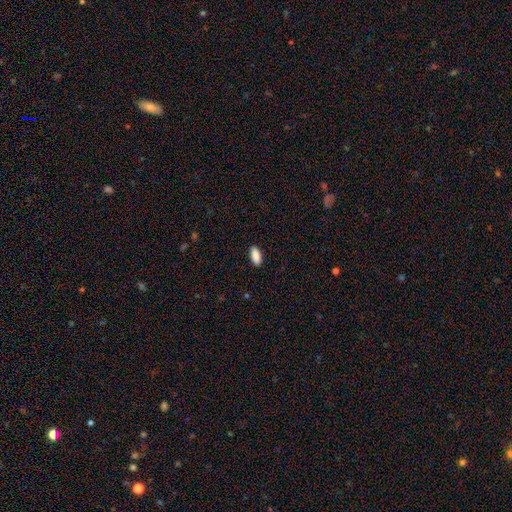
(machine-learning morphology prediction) smooth 90%, star or artifact 6%, featured or disk 4%. Down the decision tree: how rounded — in between (87%); merging — none (90%).